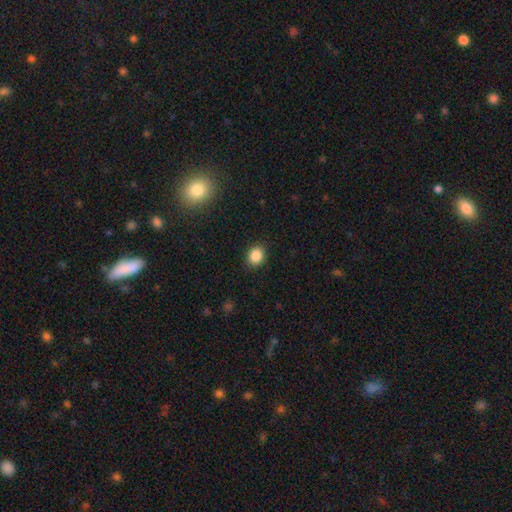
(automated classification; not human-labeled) Morphology: type=smooth (86%); roundness=round (60%); merging=none (89%).